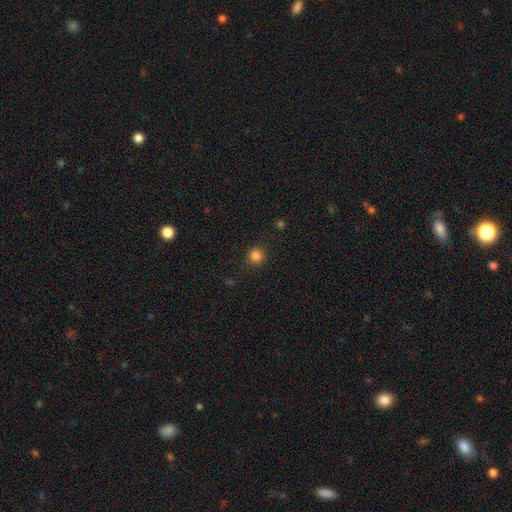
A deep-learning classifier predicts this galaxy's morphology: smooth 84%, star or artifact 13%, featured or disk 3%. Down the decision tree: how rounded — round (93%); merging — none (88%).